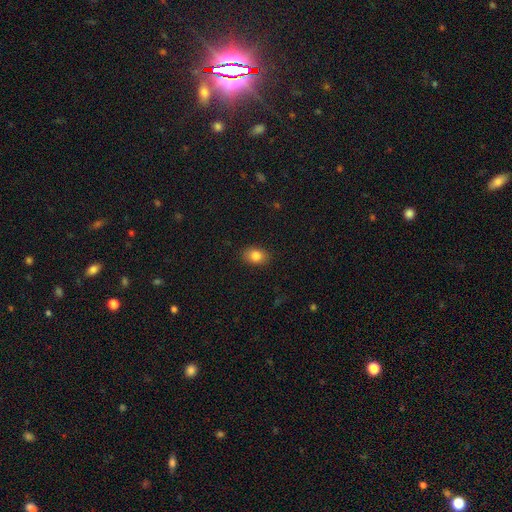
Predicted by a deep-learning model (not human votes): A smooth galaxy with no disk features (83%) that is in between round and cigar-shaped (75%).

Vote fractions:
- Smooth or featured? smooth: 83% / star or artifact: 9% / featured or disk: 8%
- How rounded? in between: 75% / round: 23% / cigar-shaped: 1%
- Merging? none: 88% / minor disturbance: 8% / major disturbance: 2% / merger: 1%